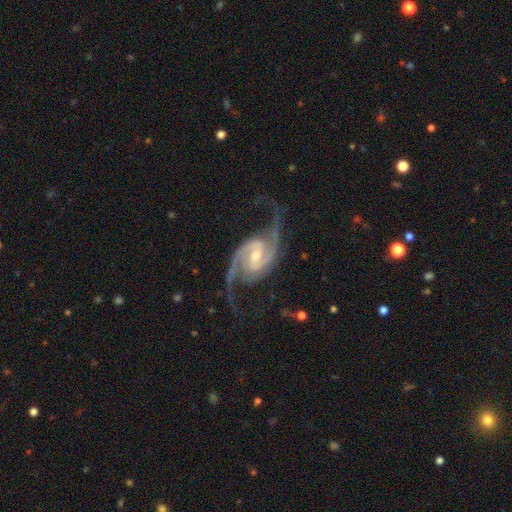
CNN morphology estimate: A featured or disk galaxy (94%) with a weak bar (52%), 2 (92%) medium (50%) spiral arms (99%) and a moderate central bulge (57%).

Vote fractions:
- Smooth or featured? featured or disk: 94% / star or artifact: 4% / smooth: 2%
- Edge-on disk? no: 97% / yes: 3%
- Bar? weak: 52% / no: 26% / strong: 22%
- Spiral arms? yes: 99% / no: 1%
- Spiral winding? medium: 50% / loose: 36% / tight: 14%
- Spiral arm count? 2: 92% / 3: 2% / can't tell: 2% / 4: 1% / 1: 1% / more than 4: 1%
- Bulge size? moderate: 57% / small: 33% / large: 5% / none: 3% / dominant: 1%
- Merging? none: 74% / minor disturbance: 14% / major disturbance: 10% / merger: 2%